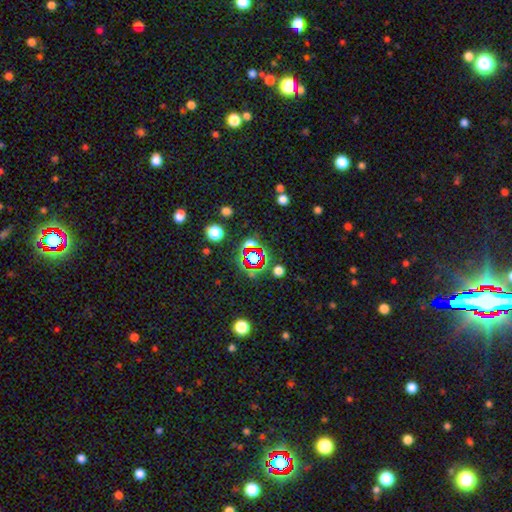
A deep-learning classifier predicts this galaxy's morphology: A star or artifact, not a galaxy (63%).